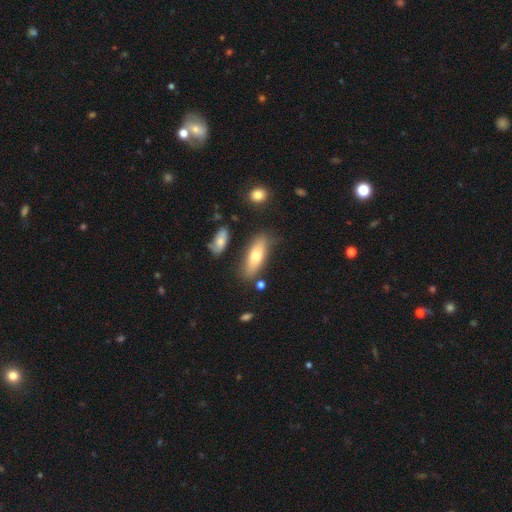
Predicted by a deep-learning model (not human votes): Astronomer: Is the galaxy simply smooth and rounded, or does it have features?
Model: smooth — 67%.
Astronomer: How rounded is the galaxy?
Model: in between — 57% (runner-up: cigar-shaped, 40%).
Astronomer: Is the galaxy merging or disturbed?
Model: none — 75%.